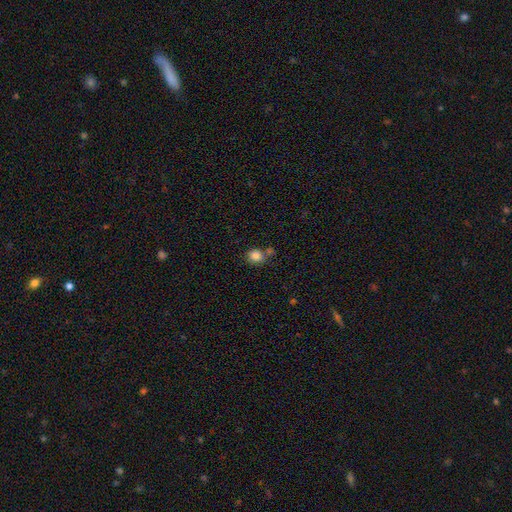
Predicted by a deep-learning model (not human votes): This is clearly a smooth galaxy (85%). How rounded: likely round (73%). Merging: likely none (63%).